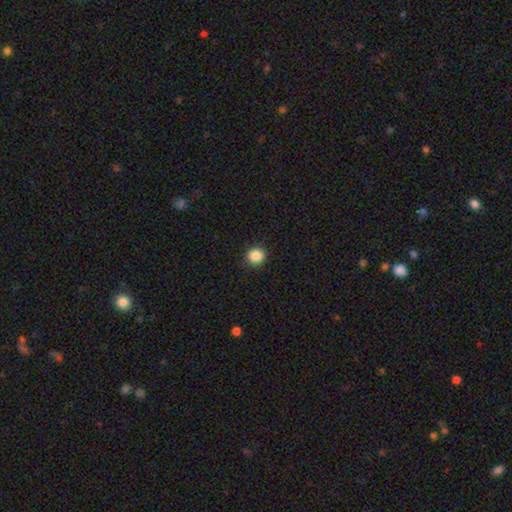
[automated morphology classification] Smooth or featured? Predicted: smooth (p=0.87). How rounded? Predicted: round (p=0.92). Merging? Predicted: none (p=0.91).